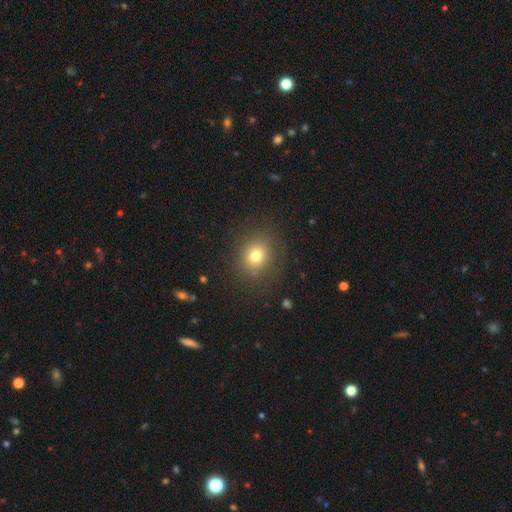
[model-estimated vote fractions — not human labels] This appears to be a smooth galaxy with no disk features (74%) that is round (77%). Merging: none (84%).